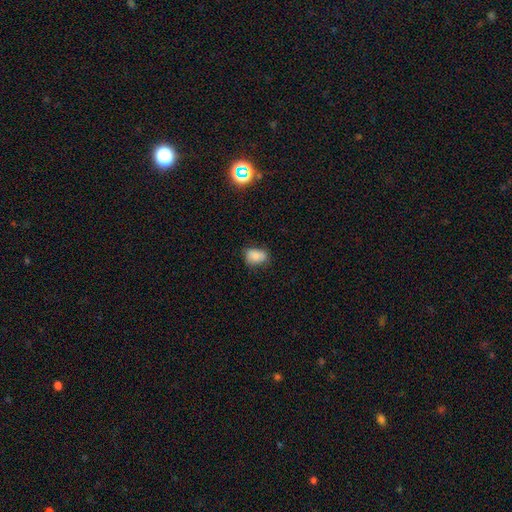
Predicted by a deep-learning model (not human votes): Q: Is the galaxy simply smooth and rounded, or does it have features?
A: smooth — 83%.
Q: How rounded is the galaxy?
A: in between — 78%.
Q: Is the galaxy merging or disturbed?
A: none — 68%.